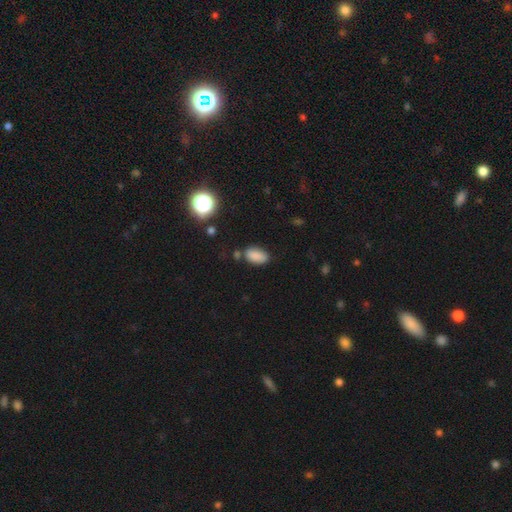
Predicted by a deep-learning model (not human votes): smooth-or-featured: smooth: 85% | star or artifact: 11% | featured or disk: 5%
  how-rounded: in between: 92% | round: 6% | cigar-shaped: 2%
  merging: none: 72% | minor disturbance: 18% | merger: 6% | major disturbance: 4%